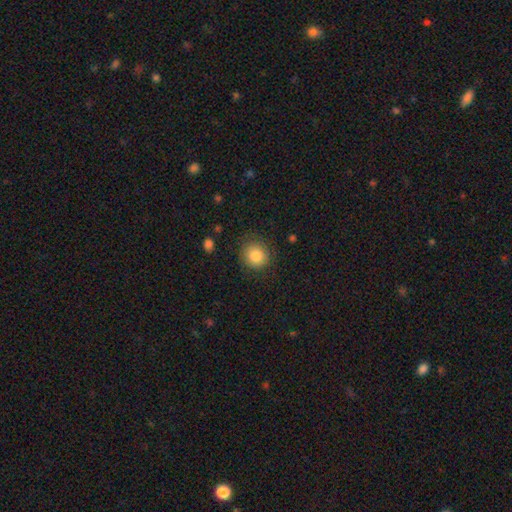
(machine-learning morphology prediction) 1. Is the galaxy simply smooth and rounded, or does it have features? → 84% smooth, 9% star or artifact, 7% featured or disk.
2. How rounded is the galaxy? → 86% round, 13% in between, 1% cigar-shaped.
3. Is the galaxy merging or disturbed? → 82% none, 13% minor disturbance, 4% major disturbance, 1% merger.